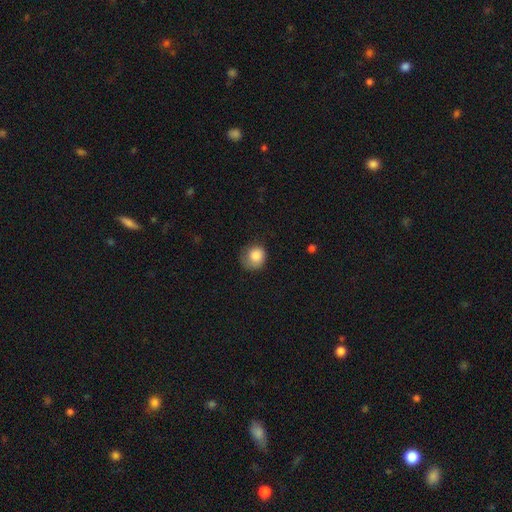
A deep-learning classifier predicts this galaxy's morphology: A smooth galaxy with no disk features (82%) that is round (78%).

Vote fractions:
- Smooth or featured? smooth: 82% / featured or disk: 11% / star or artifact: 7%
- How rounded? round: 78% / in between: 21% / cigar-shaped: 1%
- Merging? none: 54% / minor disturbance: 29% / major disturbance: 15% / merger: 2%